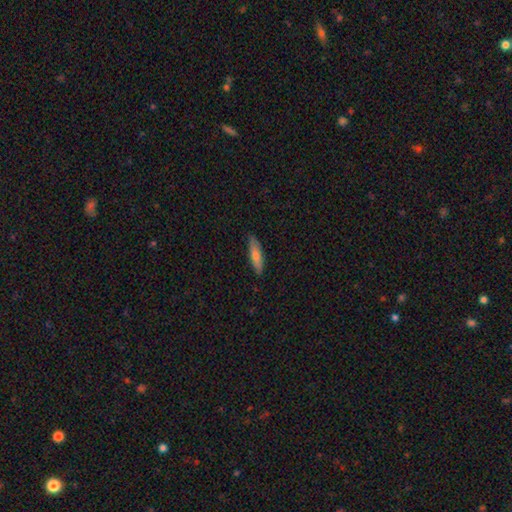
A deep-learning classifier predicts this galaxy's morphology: The model was most divided on "smooth or featured": smooth: 71%, featured or disk: 24%, star or artifact: 6%. More confident: merging — none (88%); how rounded — cigar-shaped (73%).